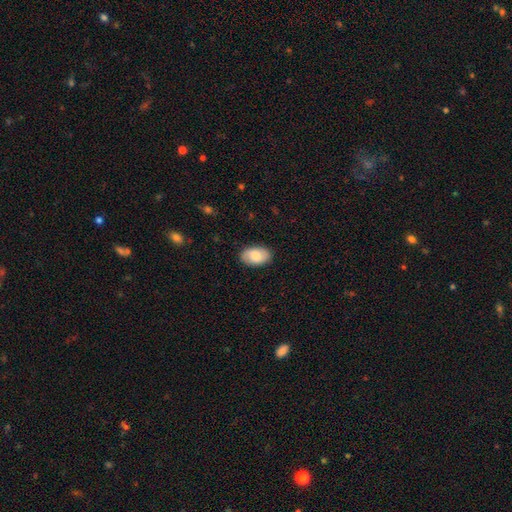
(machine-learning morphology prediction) This appears to be a smooth galaxy with no disk features (77%) that is in between round and cigar-shaped (92%). Merging: none (87%).